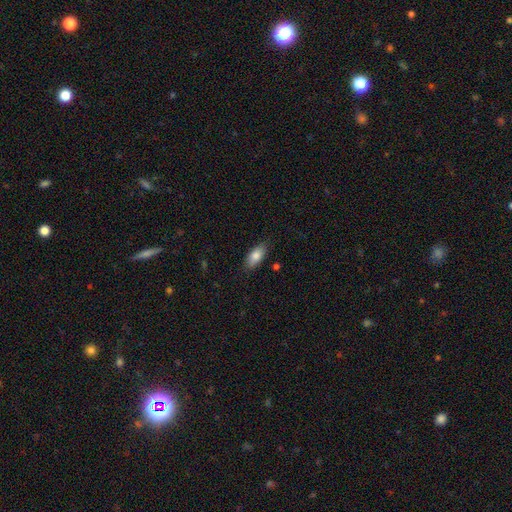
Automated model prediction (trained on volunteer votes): This appears to be a smooth galaxy with no disk features (82%) that is in between round and cigar-shaped (87%). Merging: none (84%).